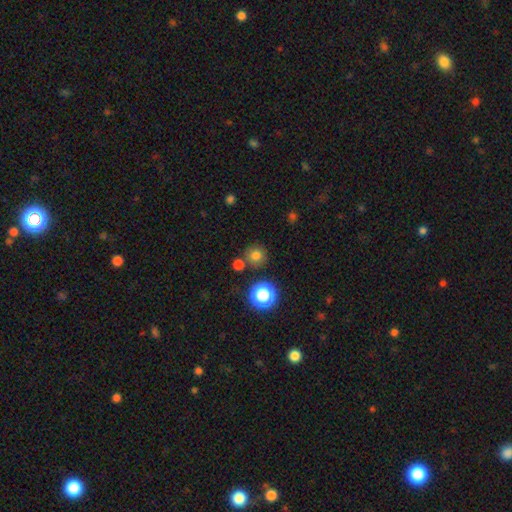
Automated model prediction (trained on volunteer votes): A smooth galaxy with no disk features (75%) that is round (93%).

Vote fractions:
- Smooth or featured? smooth: 75% / star or artifact: 18% / featured or disk: 7%
- How rounded? round: 93% / in between: 7% / cigar-shaped: 1%
- Merging? none: 79% / merger: 10% / minor disturbance: 8% / major disturbance: 3%